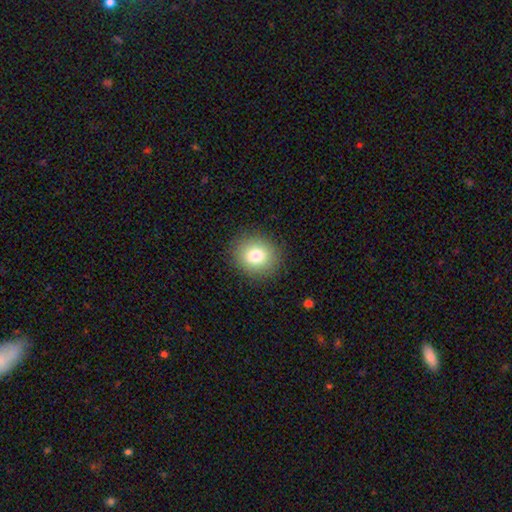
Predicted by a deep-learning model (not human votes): This appears to be a smooth galaxy with no disk features (80%) that is round (76%). Merging: none (89%).